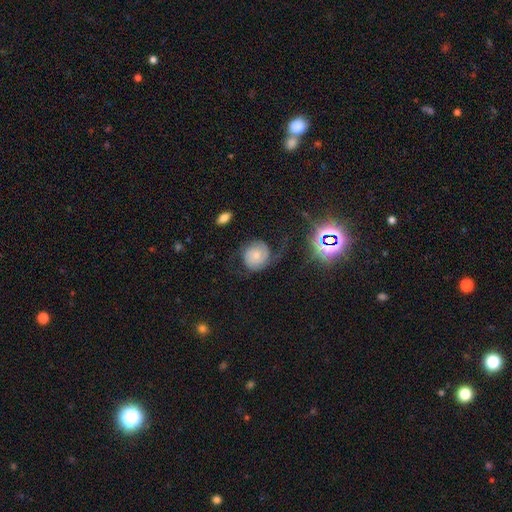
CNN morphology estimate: This appears to be a featured or disk galaxy (59%) with no bar (77%), 2 (67%) tight (51%) spiral arms (91%) and a small central bulge (58%). Merging: none (60%).